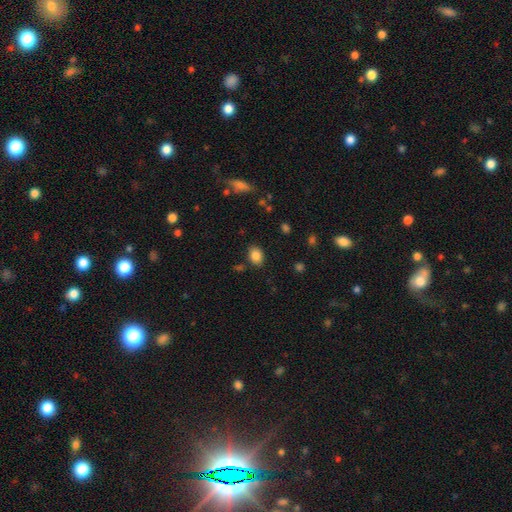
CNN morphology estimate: type=smooth (85%); roundness=in between (67%); merging=none (82%).